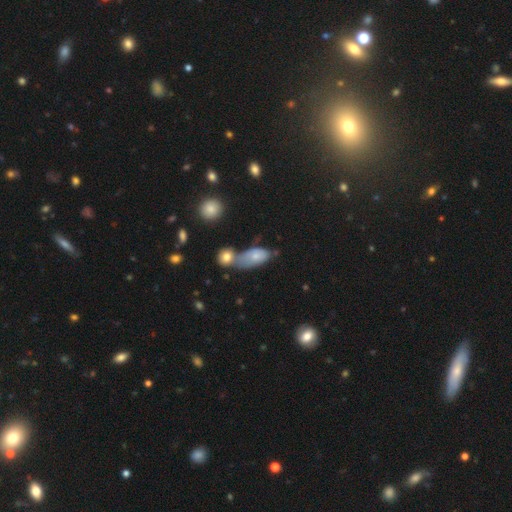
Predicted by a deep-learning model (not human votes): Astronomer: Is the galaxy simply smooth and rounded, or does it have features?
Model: smooth — 72%.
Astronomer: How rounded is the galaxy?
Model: in between — 87%.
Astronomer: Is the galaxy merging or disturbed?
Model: merger — 49% (runner-up: none, 26%).